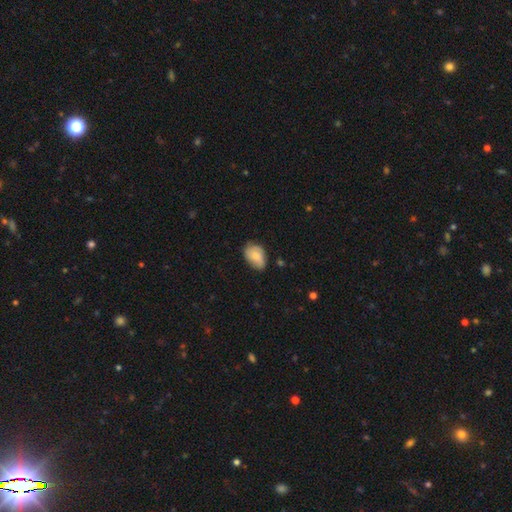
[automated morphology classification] type=smooth (76%); roundness=in between (84%); merging=none (60%).